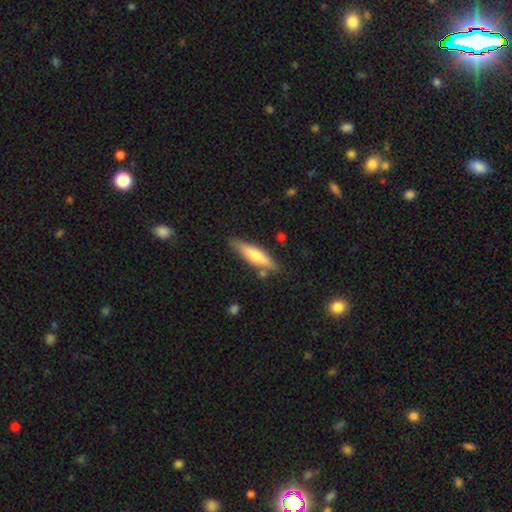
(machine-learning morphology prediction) Smooth or featured? Predicted: smooth (p=0.54). How rounded? Predicted: cigar-shaped (p=0.75). Merging? Predicted: none (p=0.80).